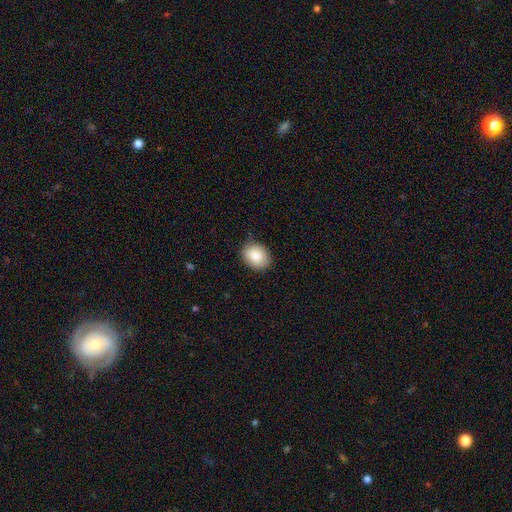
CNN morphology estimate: Q: Smooth or featured?
A: smooth (86%); runner-up: star or artifact (7%)
Q: How rounded?
A: in between (60%); runner-up: round (39%)
Q: Merging?
A: none (81%); runner-up: minor disturbance (15%)